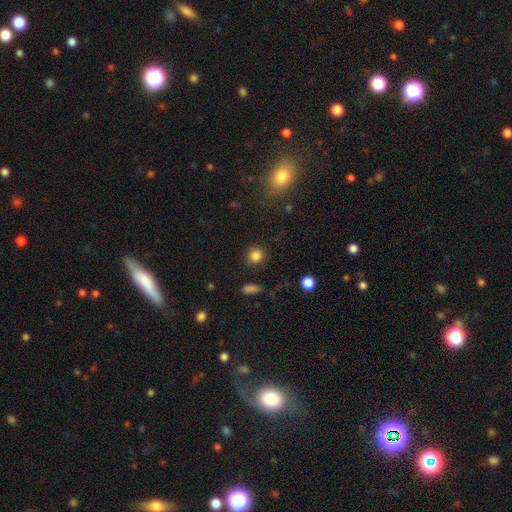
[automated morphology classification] A smooth galaxy with no disk features (84%) that is round (90%).

Vote fractions:
- Smooth or featured? smooth: 84% / star or artifact: 12% / featured or disk: 4%
- How rounded? round: 90% / in between: 8% / cigar-shaped: 1%
- Merging? none: 87% / minor disturbance: 8% / major disturbance: 3% / merger: 2%